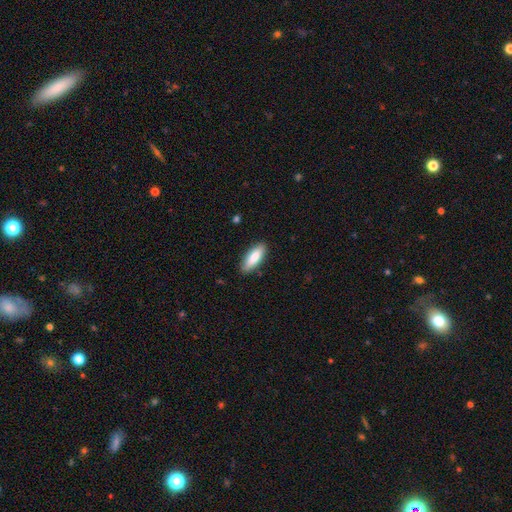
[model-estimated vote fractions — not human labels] Smooth or featured: smooth — 84% (featured or disk — 11%)
How rounded: in between — 65% (cigar-shaped — 34%)
Merging: none — 86% (minor disturbance — 10%)